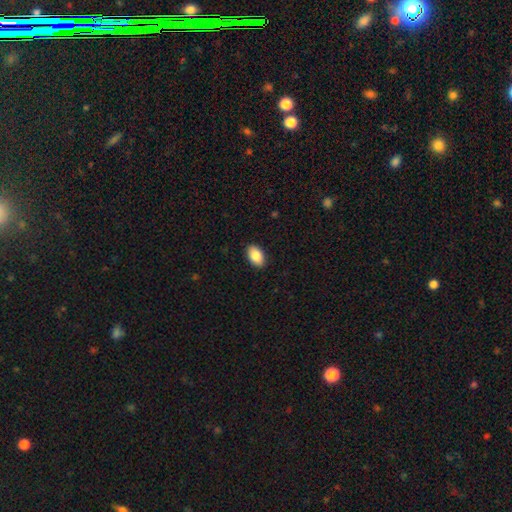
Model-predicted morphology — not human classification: Smooth or featured: smooth — 87% (star or artifact — 7%)
How rounded: in between — 92% (round — 7%)
Merging: none — 90% (minor disturbance — 7%)